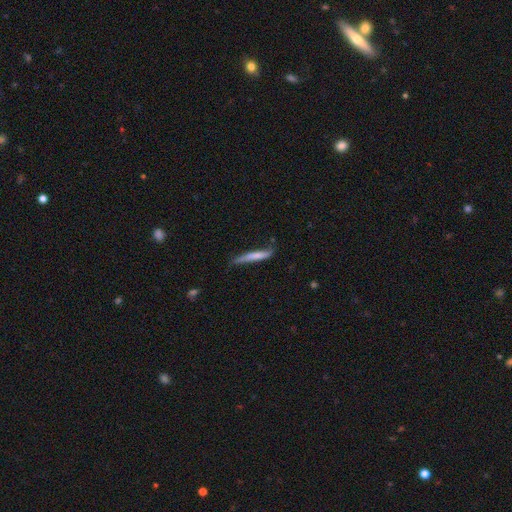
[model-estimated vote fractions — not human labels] Morphology: type=smooth (64%); roundness=cigar-shaped (93%); merging=none (52%).